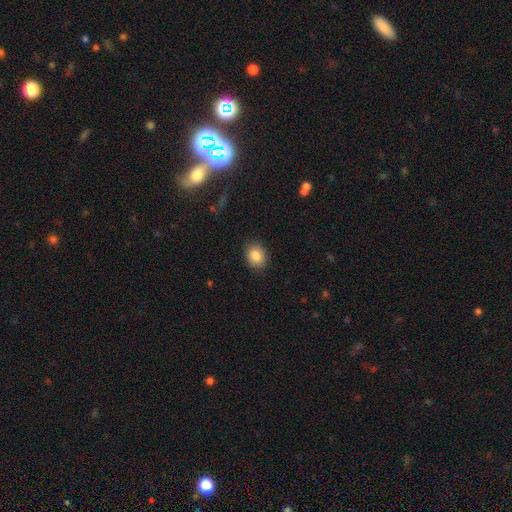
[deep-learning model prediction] smooth_or_featured: smooth (p=0.86) [alt: star or artifact p=0.08]
how_rounded: in between (p=0.59) [alt: round p=0.40]
merging: none (p=0.87) [alt: minor disturbance p=0.10]